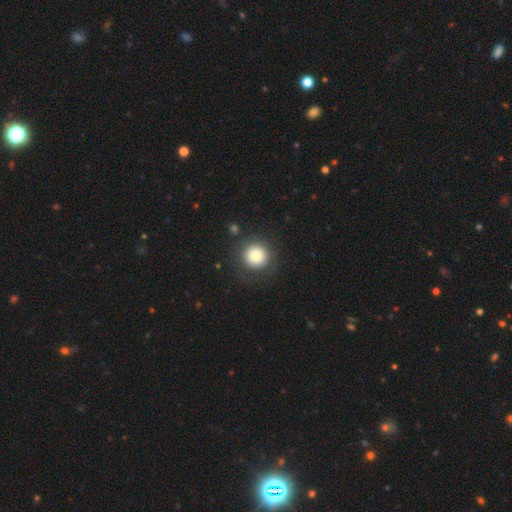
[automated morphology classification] This is likely a smooth galaxy (78%). How rounded: clearly round (95%). Merging: clearly none (84%).